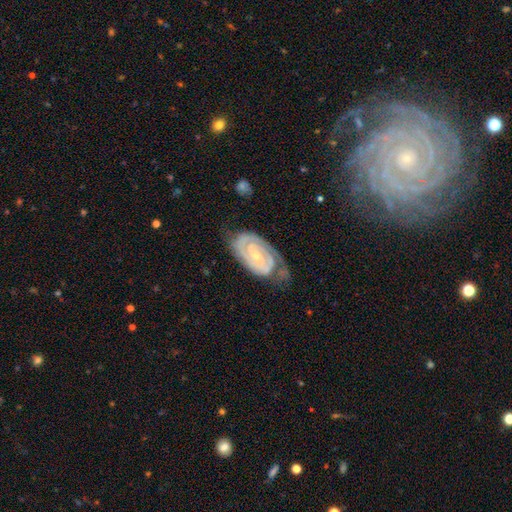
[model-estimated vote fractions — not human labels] featured or disk 85%, smooth 9%, star or artifact 6%. Down the decision tree: edge-on disk — no (96%); bar — no (57%); spiral arms — yes (95%); spiral arm count — 2 (61%); spiral winding — tight (72%); bulge size — small (71%); merging — none (61%).